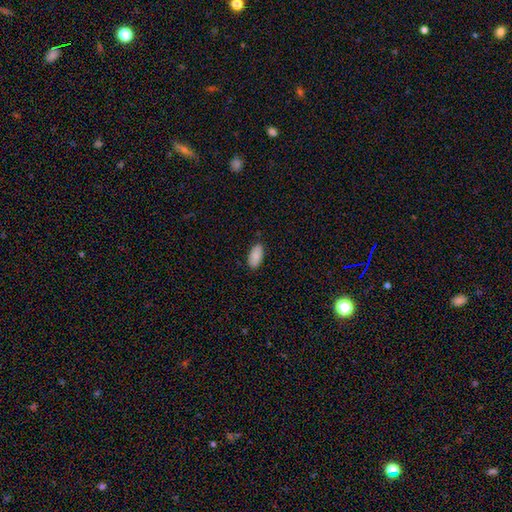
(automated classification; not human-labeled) This appears to be a smooth galaxy with no disk features (88%) that is in between round and cigar-shaped (94%). Merging: none (85%).